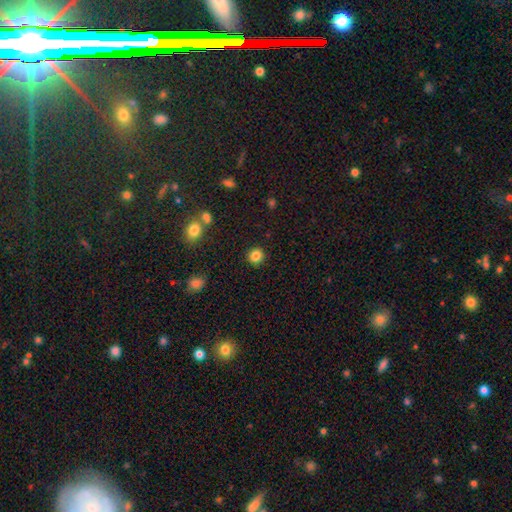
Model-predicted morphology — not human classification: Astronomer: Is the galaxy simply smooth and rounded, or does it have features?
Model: smooth — 84%.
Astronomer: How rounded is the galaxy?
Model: round — 91%.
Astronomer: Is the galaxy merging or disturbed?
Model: none — 91%.